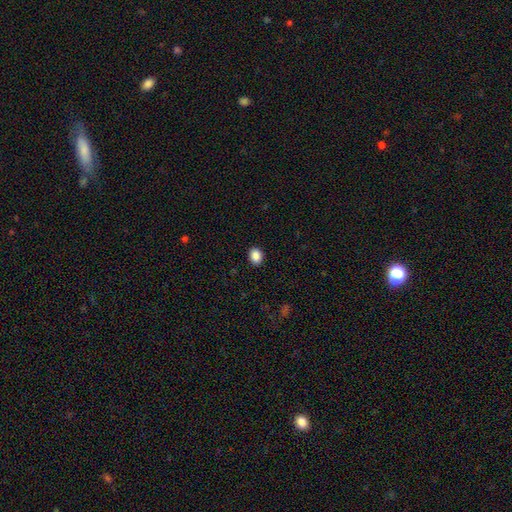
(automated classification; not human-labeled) Overall: smooth (89%). How rounded: in between (52%; round 47%). Merging: none (91%).